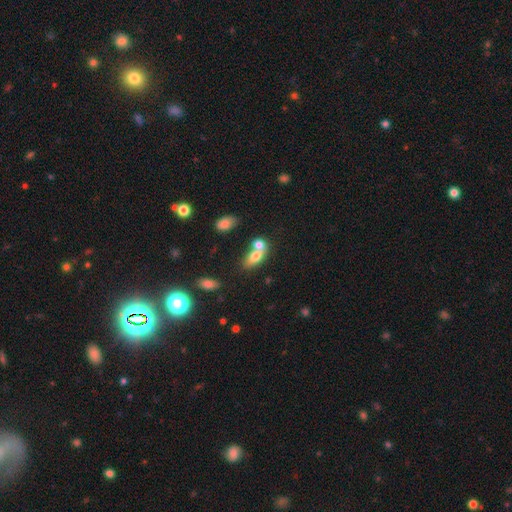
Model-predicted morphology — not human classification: This is likely a smooth galaxy (71%). How rounded: likely in between (74%). Merging: likely merger (60%).